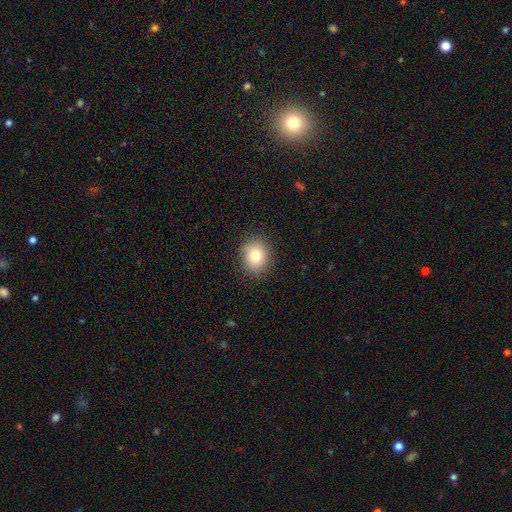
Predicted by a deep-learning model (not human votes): Q: Smooth or featured?
A: smooth (80%); runner-up: star or artifact (10%)
Q: How rounded?
A: round (67%); runner-up: in between (32%)
Q: Merging?
A: none (86%); runner-up: minor disturbance (10%)